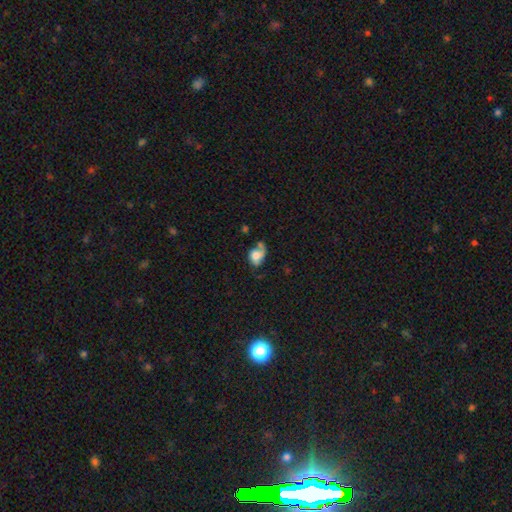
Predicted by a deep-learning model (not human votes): Overall: smooth (54%; featured or disk 36%). How rounded: in between (70%). Merging: none (30%; minor disturbance 27%).